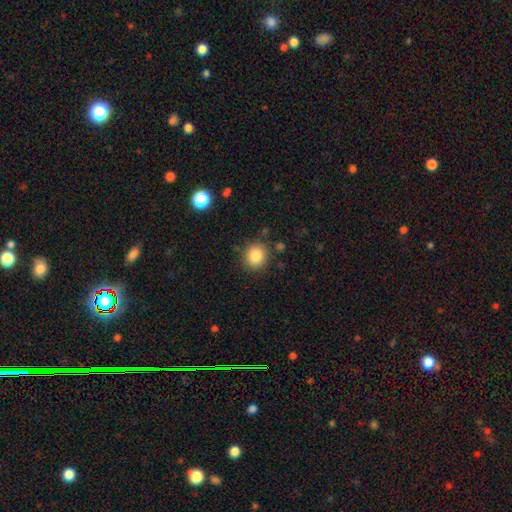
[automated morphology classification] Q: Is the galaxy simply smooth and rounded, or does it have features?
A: smooth — 85%.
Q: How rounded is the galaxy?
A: round — 84%.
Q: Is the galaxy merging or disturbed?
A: none — 85%.